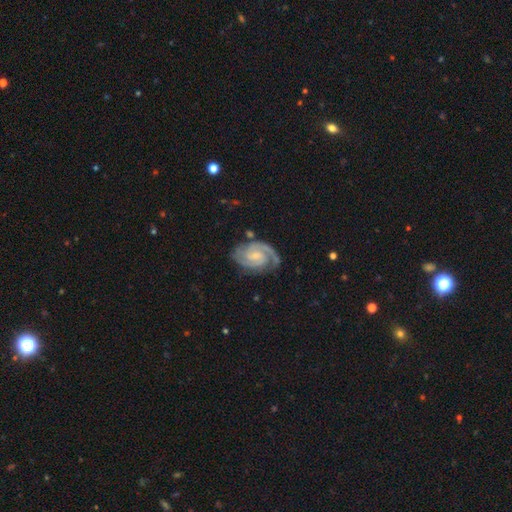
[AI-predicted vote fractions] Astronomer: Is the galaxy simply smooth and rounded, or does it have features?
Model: featured or disk — 91%.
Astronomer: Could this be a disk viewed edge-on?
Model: no — 98%.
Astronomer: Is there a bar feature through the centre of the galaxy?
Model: no — 46% (runner-up: weak, 43%).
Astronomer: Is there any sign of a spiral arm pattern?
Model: yes — 98%.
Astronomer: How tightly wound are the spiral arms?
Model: tight — 59% (runner-up: medium, 36%).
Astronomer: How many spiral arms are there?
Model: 2 — 84%.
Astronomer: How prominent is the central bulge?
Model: small — 64%.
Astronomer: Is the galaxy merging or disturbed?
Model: none — 74%.